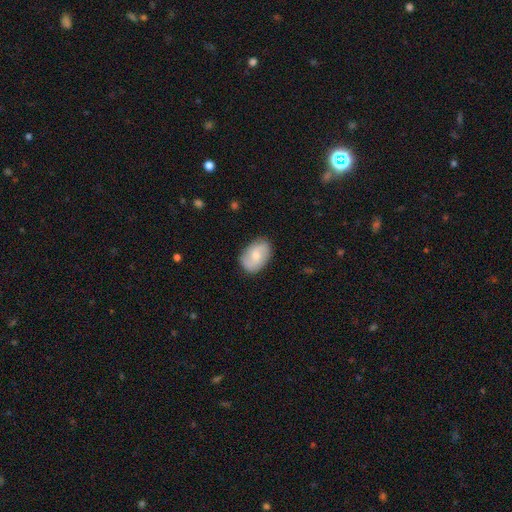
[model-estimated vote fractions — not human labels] Morphology: type=smooth (60%); roundness=in between (84%); merging=none (81%).